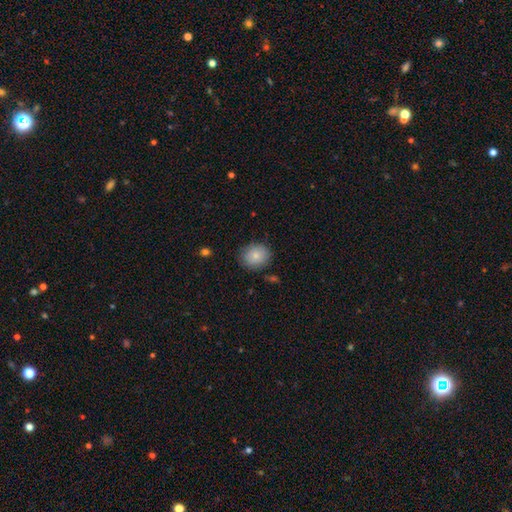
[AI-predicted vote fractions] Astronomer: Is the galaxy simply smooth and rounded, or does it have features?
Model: smooth — 84%.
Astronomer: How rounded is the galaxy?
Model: round — 65%.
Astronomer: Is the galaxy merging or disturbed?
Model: none — 84%.